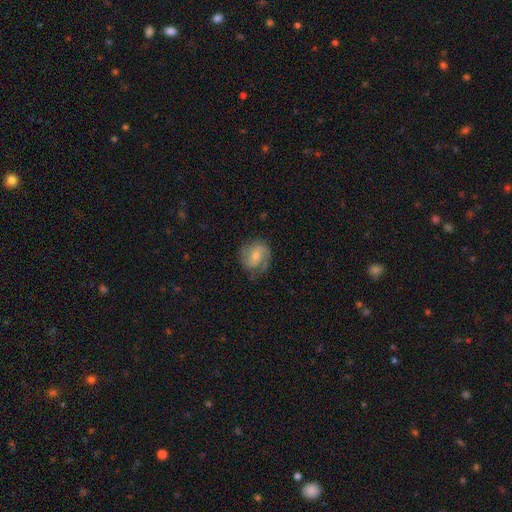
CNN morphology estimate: This appears to be a featured or disk galaxy (64%) with no bar (59%), 2 (65%) medium (44%) spiral arms (90%) and a small central bulge (50%). Merging: none (69%).